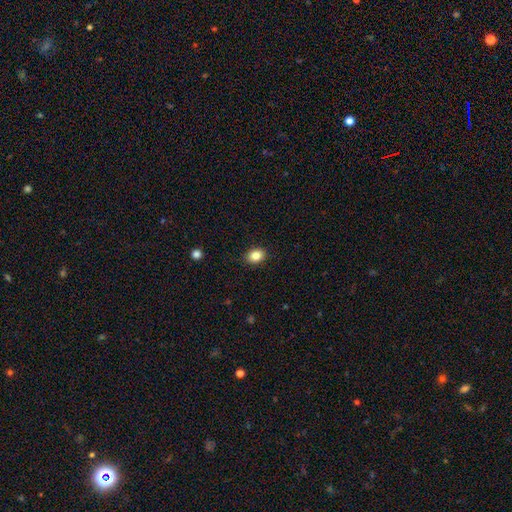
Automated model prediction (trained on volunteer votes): The model was most divided on "how rounded": in between: 59%, round: 40%, cigar-shaped: 1%. More confident: merging — none (89%); smooth or featured — smooth (85%).